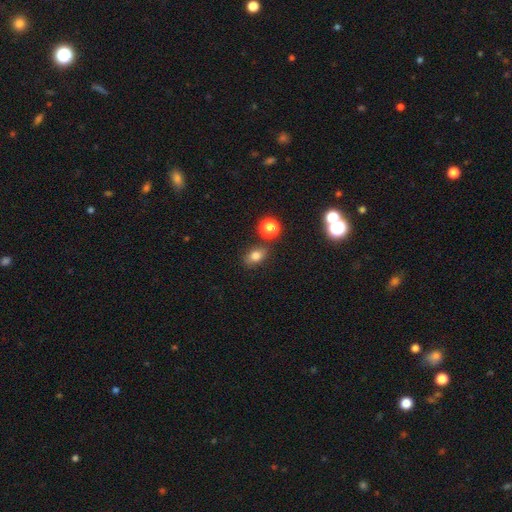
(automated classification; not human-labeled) smooth-or-featured: smooth: 77% | star or artifact: 14% | featured or disk: 9%
  how-rounded: in between: 74% | round: 23% | cigar-shaped: 3%
  merging: none: 77% | minor disturbance: 12% | merger: 7% | major disturbance: 3%